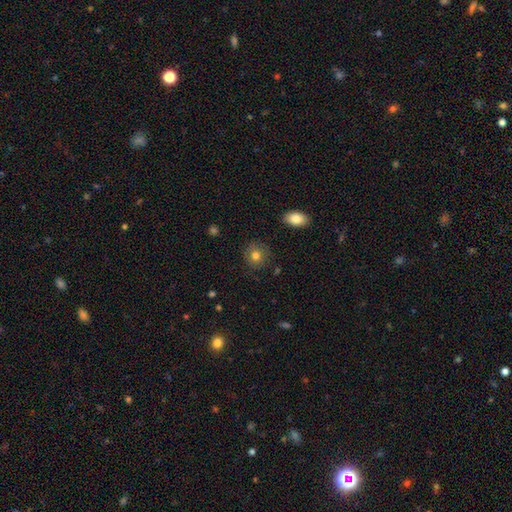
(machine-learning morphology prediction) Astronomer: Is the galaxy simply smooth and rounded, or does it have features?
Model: smooth — 78%.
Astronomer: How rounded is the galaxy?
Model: round — 85%.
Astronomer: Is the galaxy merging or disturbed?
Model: none — 84%.